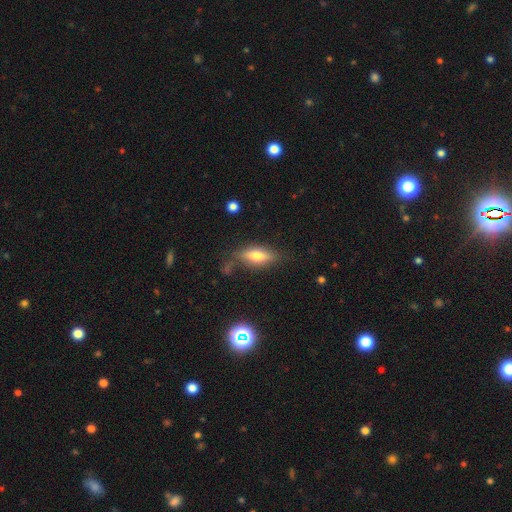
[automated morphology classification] Smooth or featured? Predicted: smooth (p=0.55). How rounded? Predicted: in between (p=0.67). Merging? Predicted: none (p=0.70).